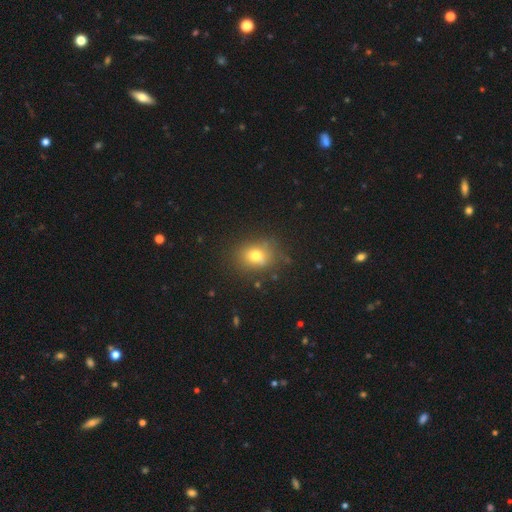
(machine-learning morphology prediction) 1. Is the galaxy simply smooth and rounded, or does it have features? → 71% smooth, 16% star or artifact, 14% featured or disk.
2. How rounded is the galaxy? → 55% round, 43% in between, 1% cigar-shaped.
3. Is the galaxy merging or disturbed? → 72% none, 18% minor disturbance, 7% major disturbance, 3% merger.